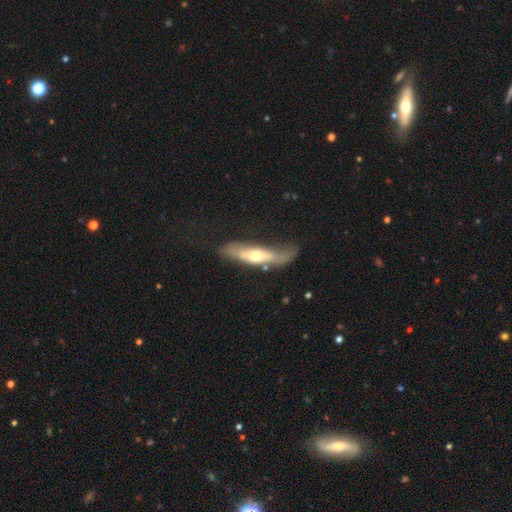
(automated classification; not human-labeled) Overall: featured or disk (53%; smooth 42%). Edge-on disk: yes (58%; no 42%). Merging: none (45%; minor disturbance 28%).